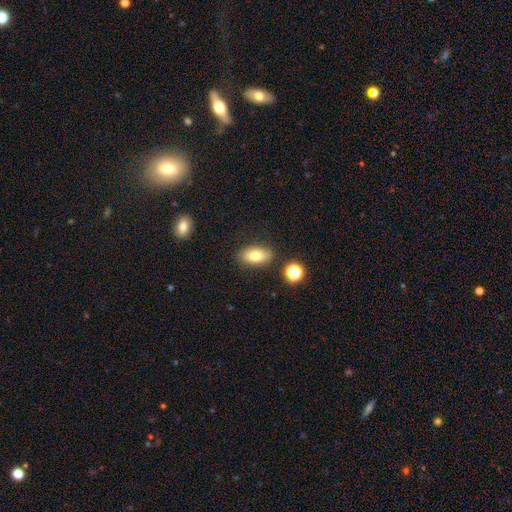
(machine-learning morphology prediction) The model was most divided on "smooth or featured": smooth: 77%, featured or disk: 14%, star or artifact: 10%. More confident: how rounded — in between (87%); merging — none (83%).